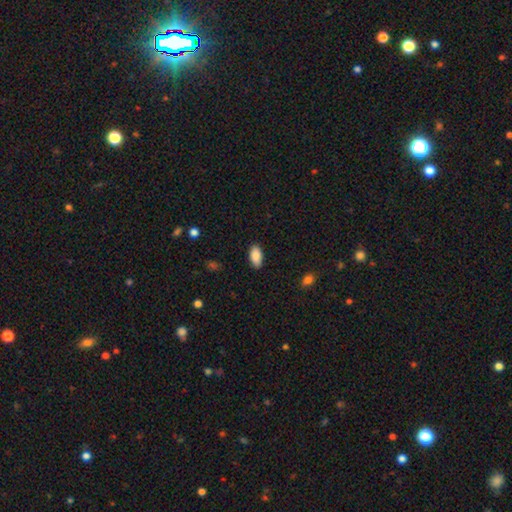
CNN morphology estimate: Smooth or featured: smooth — 88% (star or artifact — 7%)
How rounded: in between — 93% (cigar-shaped — 4%)
Merging: none — 86% (minor disturbance — 11%)